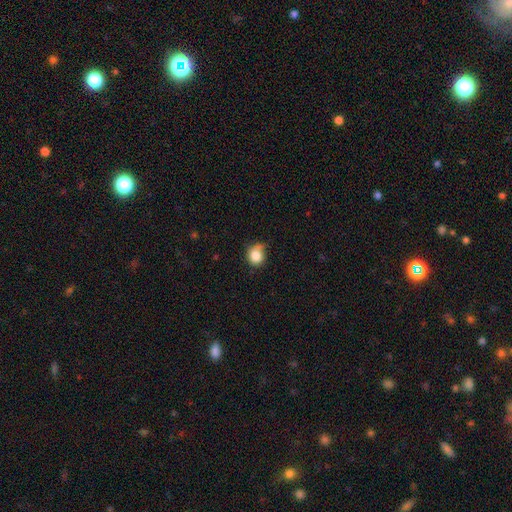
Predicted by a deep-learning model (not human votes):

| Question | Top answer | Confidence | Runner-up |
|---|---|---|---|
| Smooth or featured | smooth | 83% | star or artifact (9%) |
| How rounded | round | 78% | in between (21%) |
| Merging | none | 50% | minor disturbance (36%) |